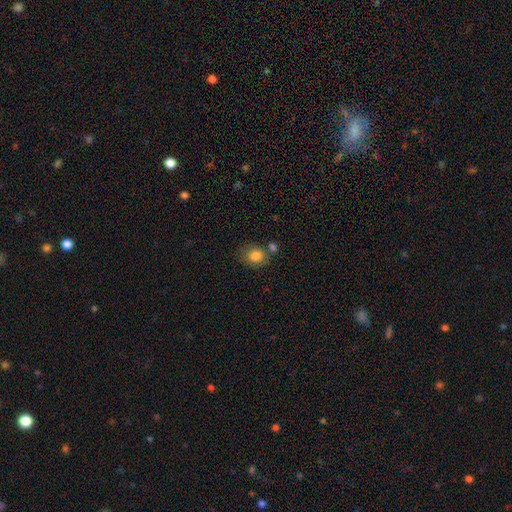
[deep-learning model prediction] The model was most divided on "how rounded": round: 61%, in between: 38%, cigar-shaped: 1%. More confident: smooth or featured — smooth (82%); merging — none (61%).